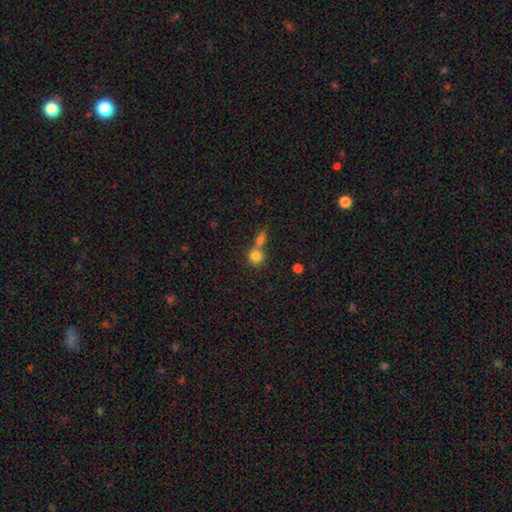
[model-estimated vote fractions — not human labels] This appears to be a smooth galaxy with no disk features (82%) that is round (84%). Merging: merger (47%).